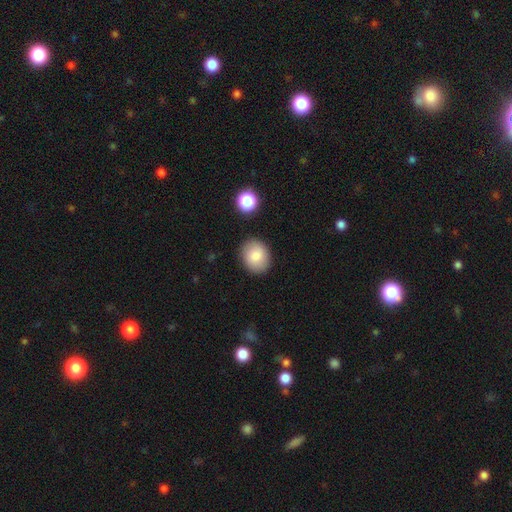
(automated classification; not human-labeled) Q: Smooth or featured?
A: smooth (83%); runner-up: featured or disk (10%)
Q: How rounded?
A: round (56%); runner-up: in between (43%)
Q: Merging?
A: none (86%); runner-up: minor disturbance (9%)